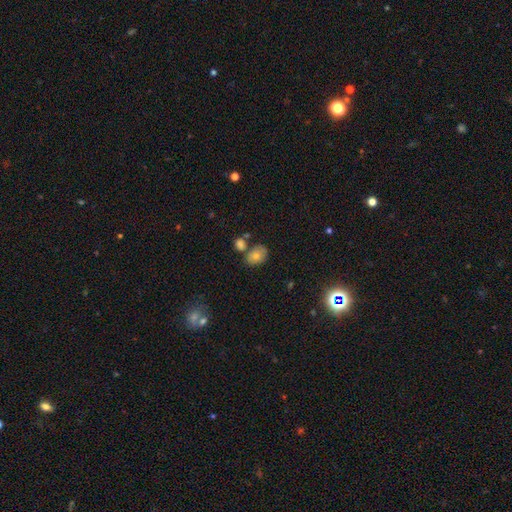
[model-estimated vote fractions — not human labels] Overall: smooth (66%). How rounded: in between (61%; round 37%). Merging: none (65%).